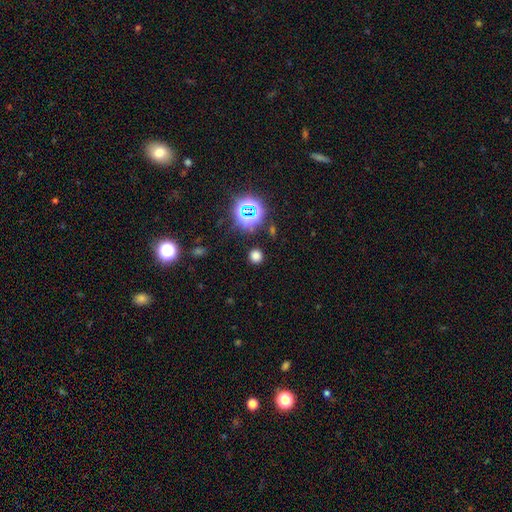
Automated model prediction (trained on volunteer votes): Smooth or featured: smooth — 69% (star or artifact — 26%)
How rounded: round — 91% (in between — 8%)
Merging: none — 87% (minor disturbance — 7%)